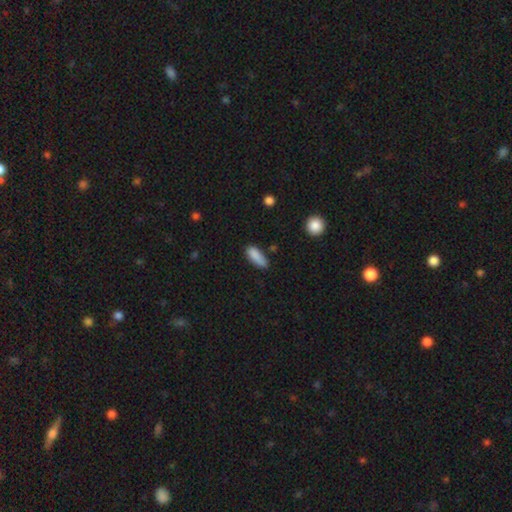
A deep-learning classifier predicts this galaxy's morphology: smooth-or-featured: smooth: 87% | star or artifact: 7% | featured or disk: 6%
  how-rounded: in between: 65% | cigar-shaped: 33% | round: 2%
  merging: none: 67% | minor disturbance: 25% | major disturbance: 4% | merger: 3%